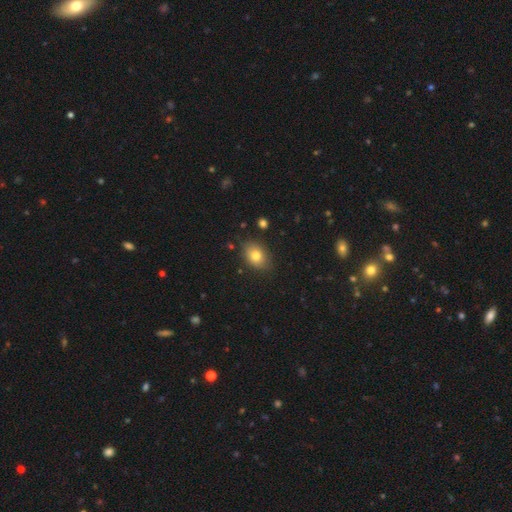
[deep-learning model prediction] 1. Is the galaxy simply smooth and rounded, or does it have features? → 79% smooth, 12% featured or disk, 9% star or artifact.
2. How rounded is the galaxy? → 73% in between, 26% round, 1% cigar-shaped.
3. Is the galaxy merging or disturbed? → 81% none, 15% minor disturbance, 3% major disturbance, 2% merger.